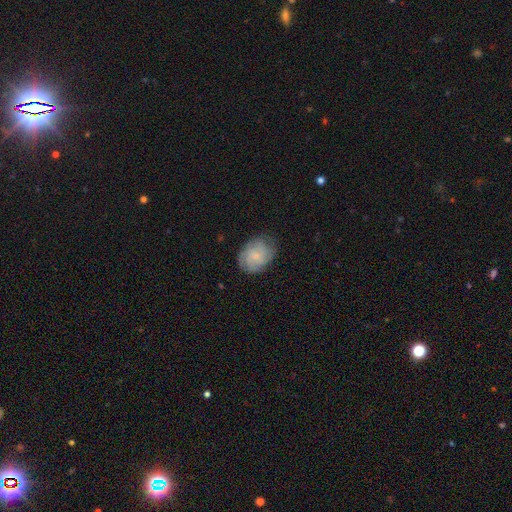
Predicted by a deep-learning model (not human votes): This is possibly a smooth galaxy (54%). How rounded: likely in between (62%). Merging: likely none (69%).